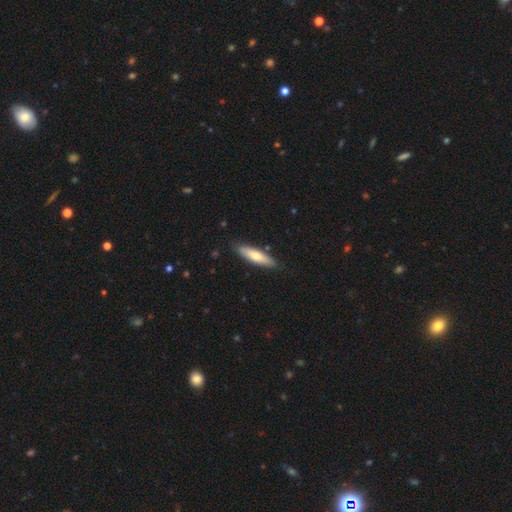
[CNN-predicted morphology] type=smooth (67%); roundness=cigar-shaped (67%); merging=none (85%).